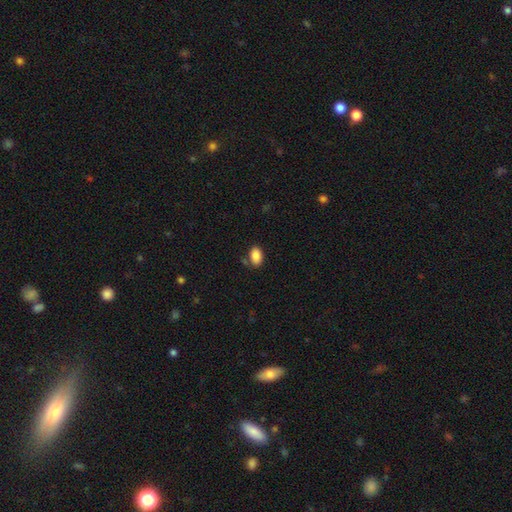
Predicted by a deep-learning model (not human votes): A smooth galaxy with no disk features (87%) that is in between round and cigar-shaped (90%).

Vote fractions:
- Smooth or featured? smooth: 87% / star or artifact: 8% / featured or disk: 5%
- How rounded? in between: 90% / round: 8% / cigar-shaped: 1%
- Merging? none: 75% / minor disturbance: 15% / merger: 6% / major disturbance: 4%